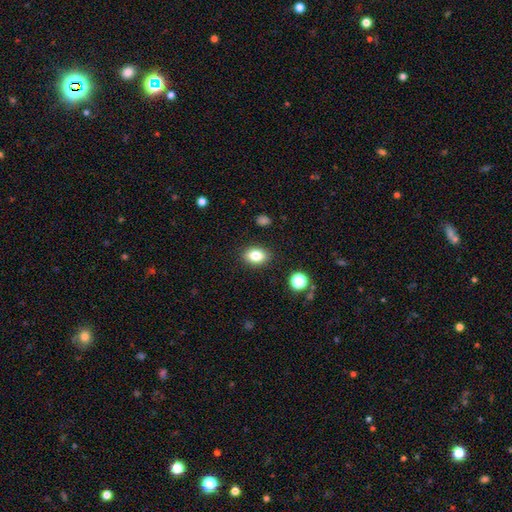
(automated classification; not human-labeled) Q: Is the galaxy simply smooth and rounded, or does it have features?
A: smooth — 82%.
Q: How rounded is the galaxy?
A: in between — 79%.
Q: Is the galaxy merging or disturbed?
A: none — 87%.